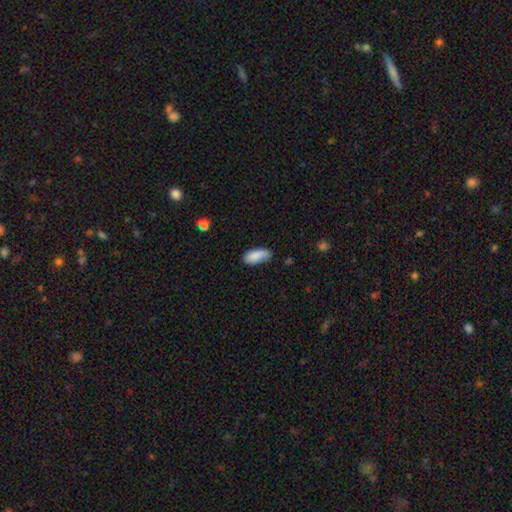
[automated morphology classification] Q: Smooth or featured?
A: smooth (85%); runner-up: featured or disk (8%)
Q: How rounded?
A: in between (87%); runner-up: cigar-shaped (10%)
Q: Merging?
A: none (61%); runner-up: minor disturbance (30%)